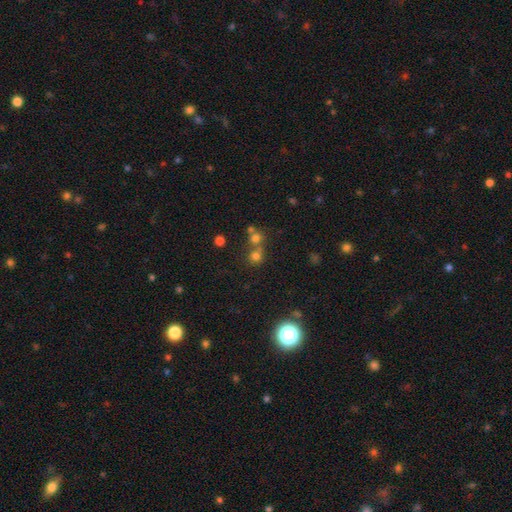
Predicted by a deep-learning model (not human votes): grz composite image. It shows a smooth galaxy with no disk features (69%) that is round (88%). Merging: none (53%).